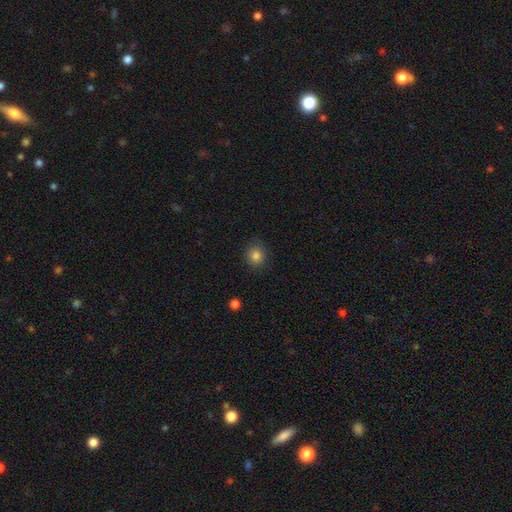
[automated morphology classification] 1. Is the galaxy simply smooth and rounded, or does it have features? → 84% smooth, 11% star or artifact, 5% featured or disk.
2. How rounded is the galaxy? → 83% round, 16% in between, 1% cigar-shaped.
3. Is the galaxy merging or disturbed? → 86% none, 10% minor disturbance, 3% major disturbance, 1% merger.